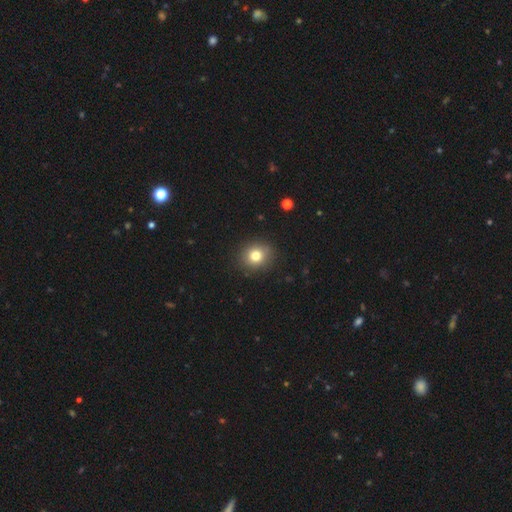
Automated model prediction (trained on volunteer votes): Overall: smooth (79%). How rounded: round (79%). Merging: none (89%).